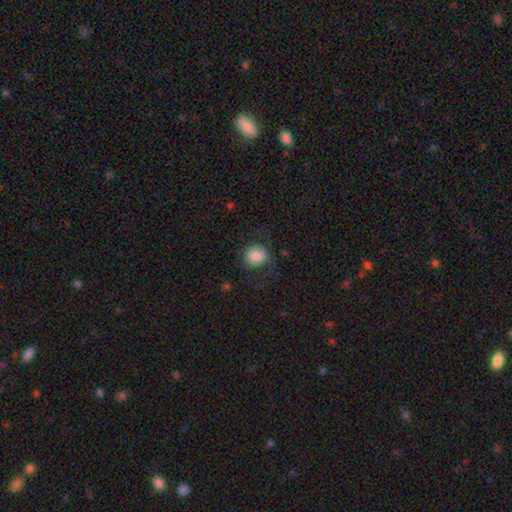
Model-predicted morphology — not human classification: smooth-or-featured: smooth: 80% | featured or disk: 12% | star or artifact: 9%
  how-rounded: round: 77% | in between: 22% | cigar-shaped: 1%
  merging: none: 68% | minor disturbance: 17% | major disturbance: 13% | merger: 1%